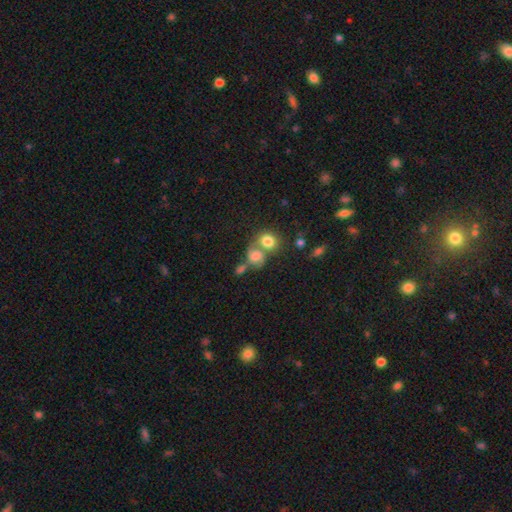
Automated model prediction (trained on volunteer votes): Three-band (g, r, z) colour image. It shows a smooth galaxy with no disk features (55%) that is round (80%). Merging: none (46%).